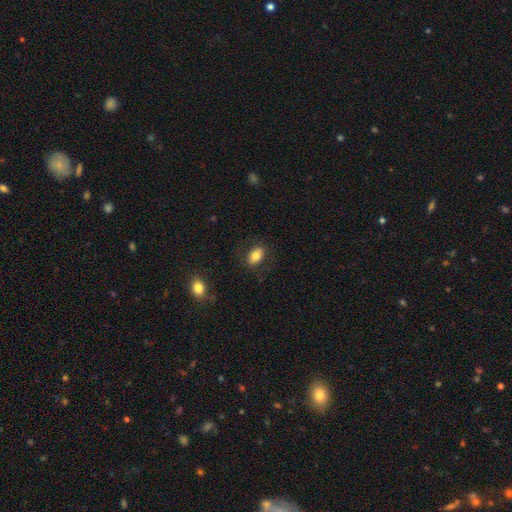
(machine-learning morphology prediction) Smooth or featured? Predicted: smooth (p=0.78). How rounded? Predicted: in between (p=0.86). Merging? Predicted: none (p=0.82).